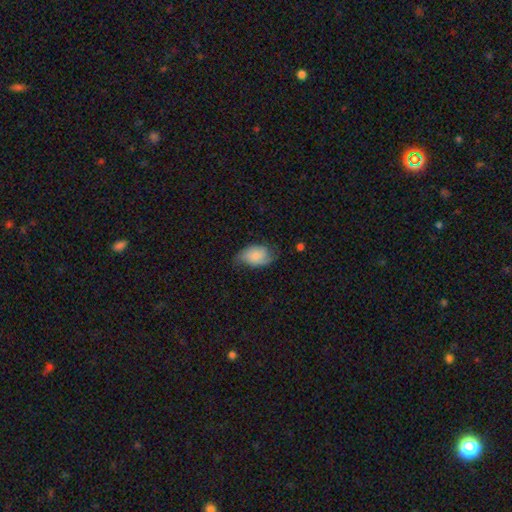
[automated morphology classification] Overall: smooth (64%; featured or disk 28%). How rounded: in between (88%). Merging: none (53%; minor disturbance 34%).